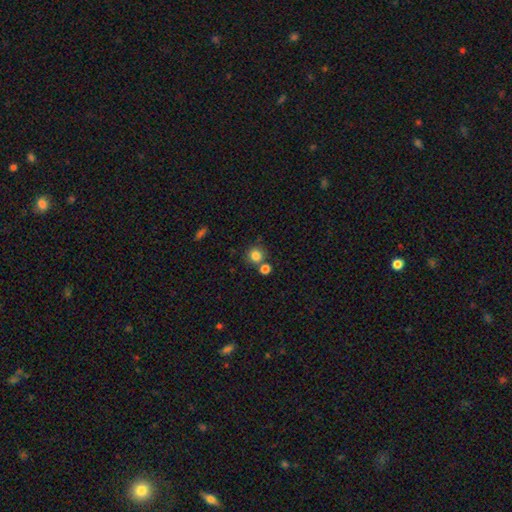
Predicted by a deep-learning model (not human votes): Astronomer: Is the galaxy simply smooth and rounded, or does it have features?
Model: smooth — 83%.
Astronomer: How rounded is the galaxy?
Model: round — 90%.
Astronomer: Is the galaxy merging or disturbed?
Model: none — 65%.